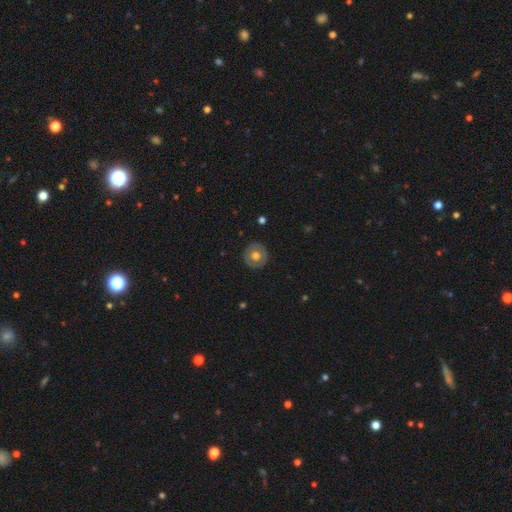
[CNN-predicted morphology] Overall: smooth (62%; featured or disk 31%). How rounded: round (92%). Merging: none (89%).